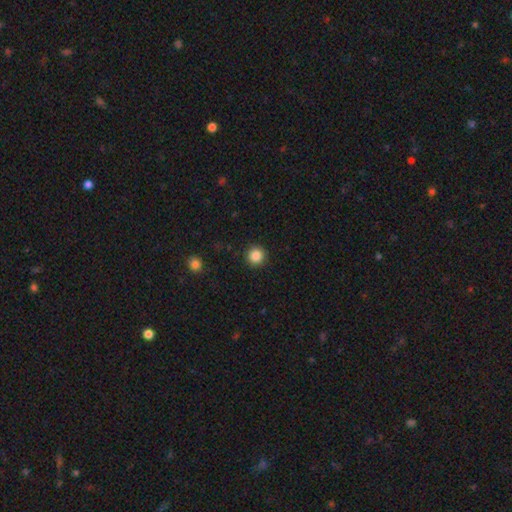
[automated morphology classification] A smooth galaxy with no disk features (86%) that is round (95%).

Vote fractions:
- Smooth or featured? smooth: 86% / star or artifact: 10% / featured or disk: 4%
- How rounded? round: 95% / in between: 4% / cigar-shaped: 1%
- Merging? none: 92% / minor disturbance: 5% / major disturbance: 2% / merger: 1%